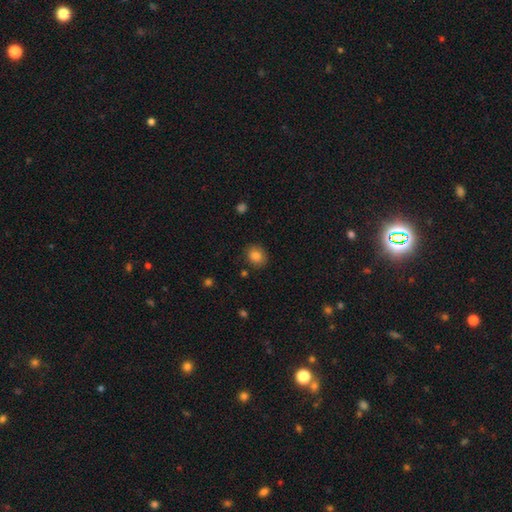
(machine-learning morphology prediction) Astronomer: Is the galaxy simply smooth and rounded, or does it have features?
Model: smooth — 85%.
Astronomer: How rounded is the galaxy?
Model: round — 65%.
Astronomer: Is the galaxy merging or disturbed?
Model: none — 84%.